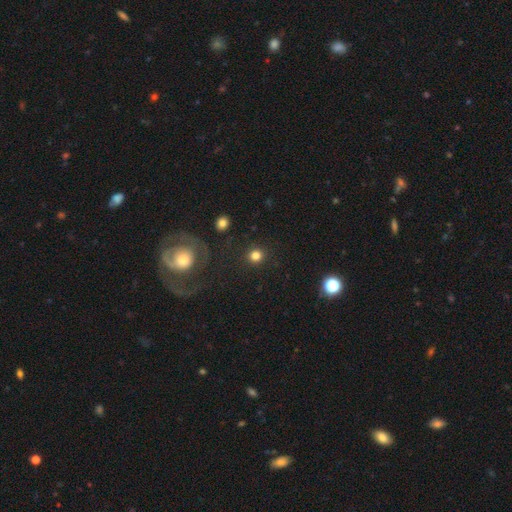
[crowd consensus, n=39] Smooth or featured?
  - smooth: 87% *
  - star or artifact: 10%
  - featured or disk: 3%
How rounded?
  - round: 97% *
  - in between: 3%
  - cigar-shaped: 0%
Merging?
  - none: 89% *
  - major disturbance: 9%
  - minor disturbance: 3%
  - merger: 0%